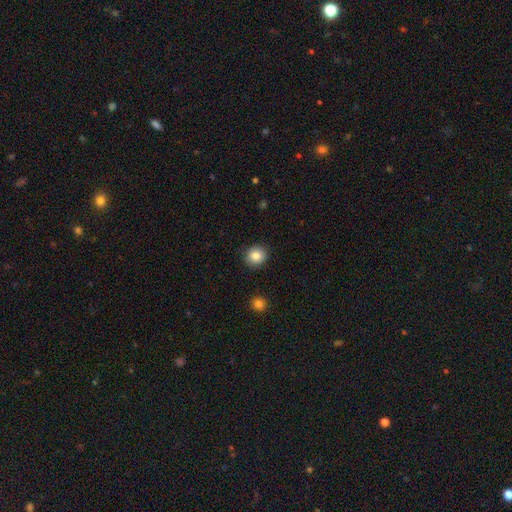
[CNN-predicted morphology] Smooth or featured: smooth — 85% (star or artifact — 9%)
How rounded: round — 83% (in between — 16%)
Merging: none — 90% (minor disturbance — 7%)